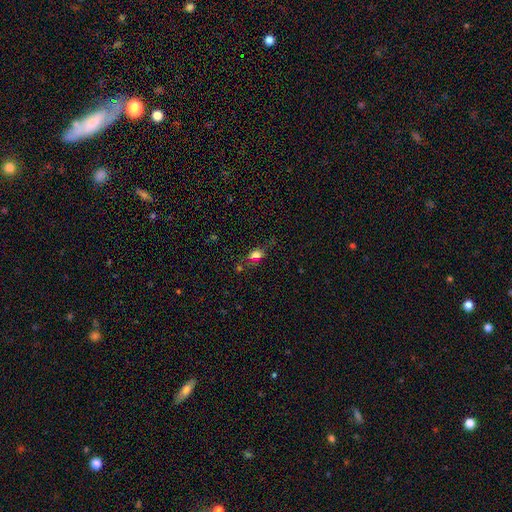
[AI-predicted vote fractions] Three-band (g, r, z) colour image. It shows a smooth galaxy with no disk features (67%) that is in between round and cigar-shaped (73%). Merging: none (63%).